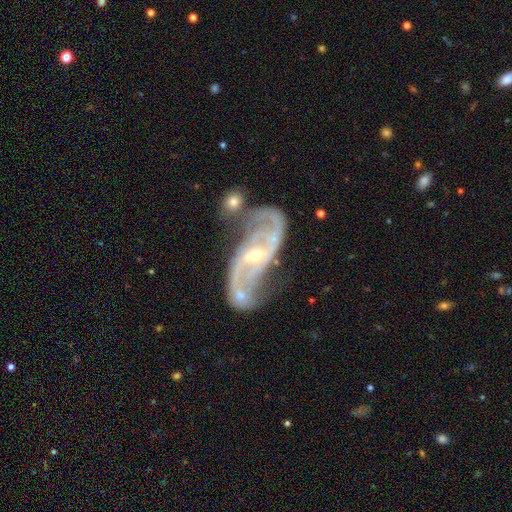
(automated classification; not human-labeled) This is clearly a featured or disk galaxy (91%). It is clearly not viewed edge-on (96%). Bar: marginally weak (35%, tied with strong). Spiral arm pattern: clearly yes (97%). Spiral arm count: clearly 2 (89%). Spiral winding: marginally medium (44%). Central bulge: likely small (61%). Merging: marginally none (42%).